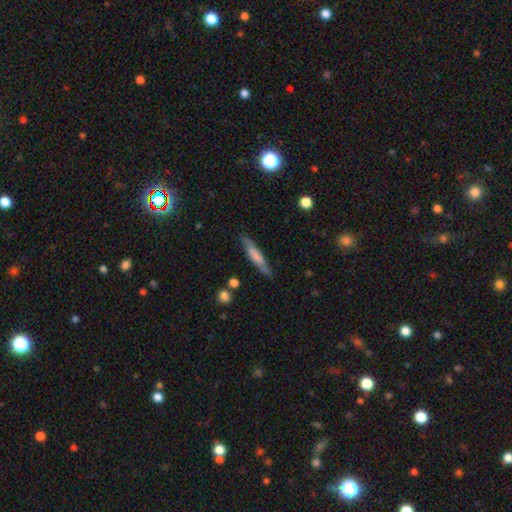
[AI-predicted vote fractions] Smooth or featured: smooth — 58% (featured or disk — 37%)
How rounded: cigar-shaped — 88% (in between — 11%)
Merging: none — 82% (minor disturbance — 13%)